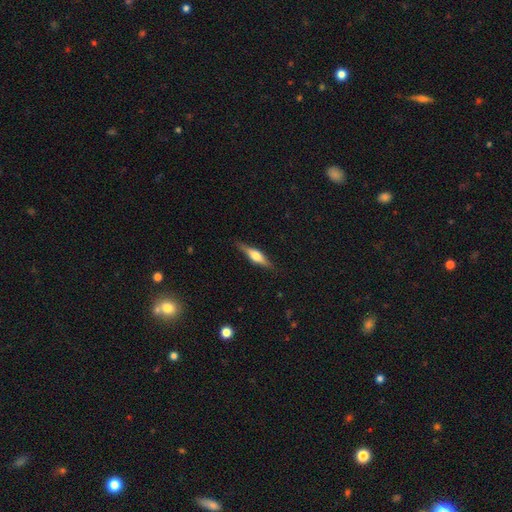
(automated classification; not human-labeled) A featured or disk galaxy (62%) viewed edge-on (96%) with a rounded central bulge (88%). Merging: none (85%).